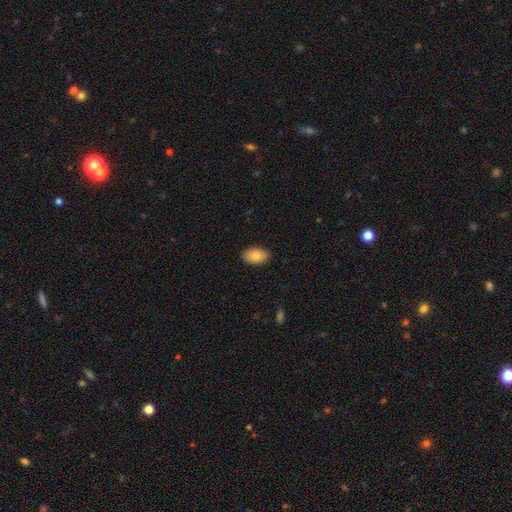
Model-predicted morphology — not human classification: Q: Smooth or featured?
A: smooth (85%); runner-up: featured or disk (8%)
Q: How rounded?
A: in between (92%); runner-up: round (7%)
Q: Merging?
A: none (89%); runner-up: minor disturbance (8%)